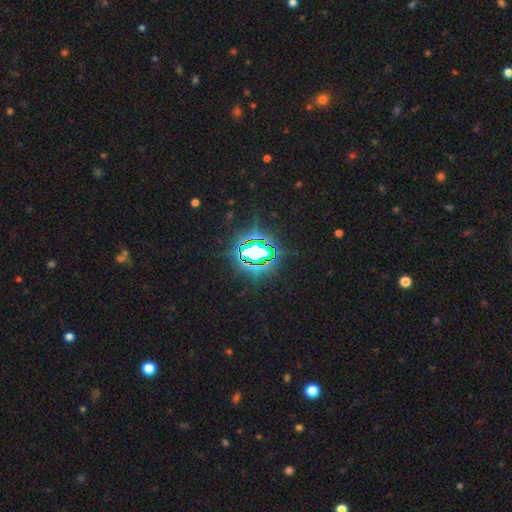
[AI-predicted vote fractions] Smooth or featured? Predicted: star or artifact (p=0.84).